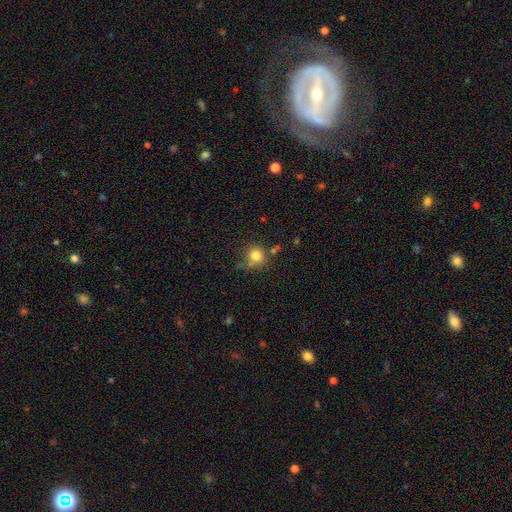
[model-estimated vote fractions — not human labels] Smooth or featured? Predicted: smooth (p=0.80). How rounded? Predicted: round (p=0.89). Merging? Predicted: none (p=0.68).